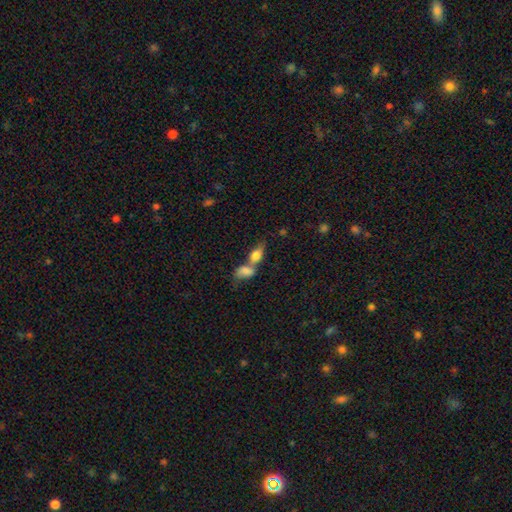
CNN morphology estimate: This appears to be a smooth galaxy with no disk features (73%) that is in between round and cigar-shaped (77%). Merging: merger (68%).